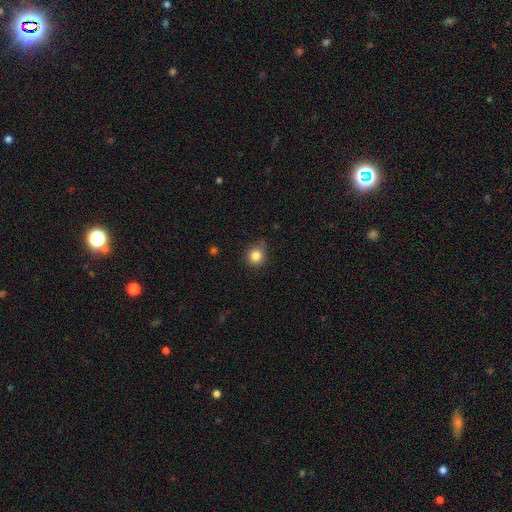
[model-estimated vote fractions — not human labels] A smooth galaxy with no disk features (83%) that is round (86%). Merging: none (71%).